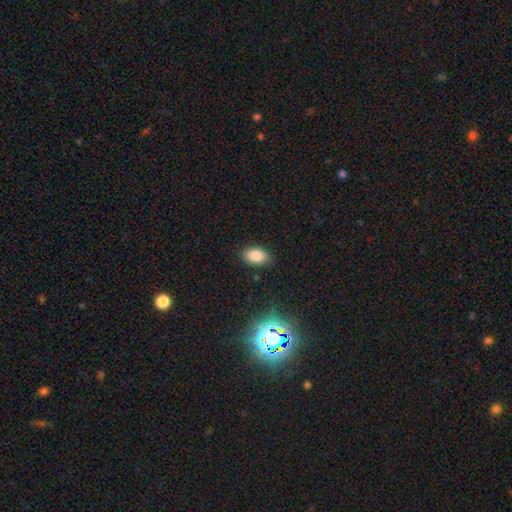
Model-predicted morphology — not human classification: A smooth galaxy with no disk features (84%) that is in between round and cigar-shaped (88%).

Vote fractions:
- Smooth or featured? smooth: 84% / star or artifact: 11% / featured or disk: 5%
- How rounded? in between: 88% / round: 11% / cigar-shaped: 1%
- Merging? none: 87% / minor disturbance: 9% / major disturbance: 3% / merger: 1%